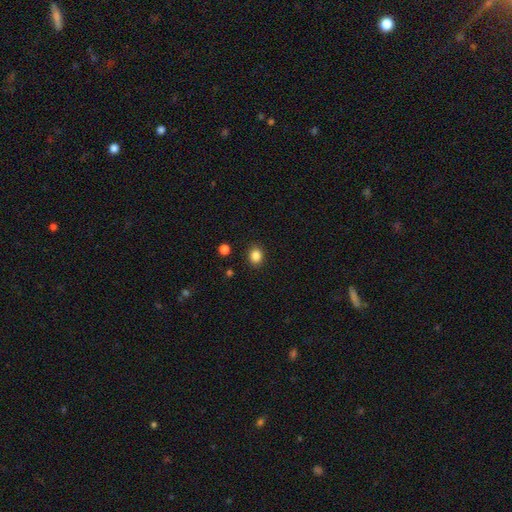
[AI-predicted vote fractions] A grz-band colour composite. It shows a smooth galaxy with no disk features (85%) that is round (63%). Merging: none (89%).